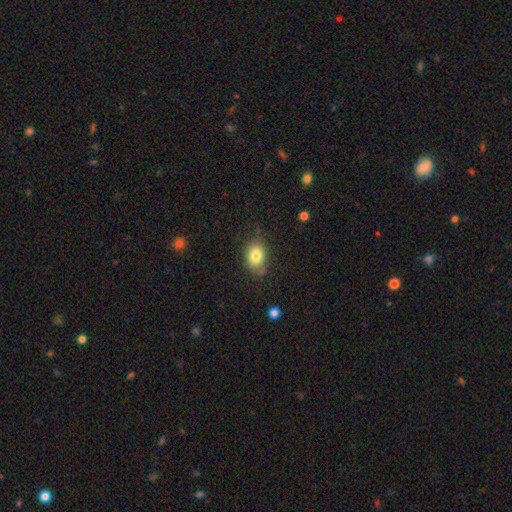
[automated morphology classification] This is clearly a smooth galaxy (81%). How rounded: likely in between (65%). Merging: likely none (72%).